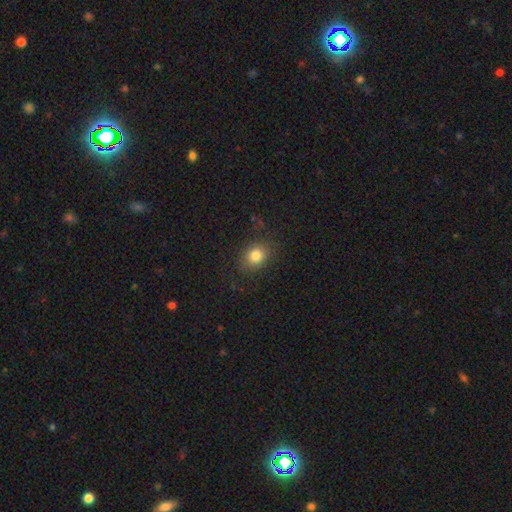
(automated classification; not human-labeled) Smooth or featured?
  - smooth: 81% *
  - star or artifact: 11%
  - featured or disk: 7%
How rounded?
  - round: 50% *
  - in between: 49%
  - cigar-shaped: 1%
Merging?
  - none: 81% *
  - minor disturbance: 13%
  - major disturbance: 5%
  - merger: 1%